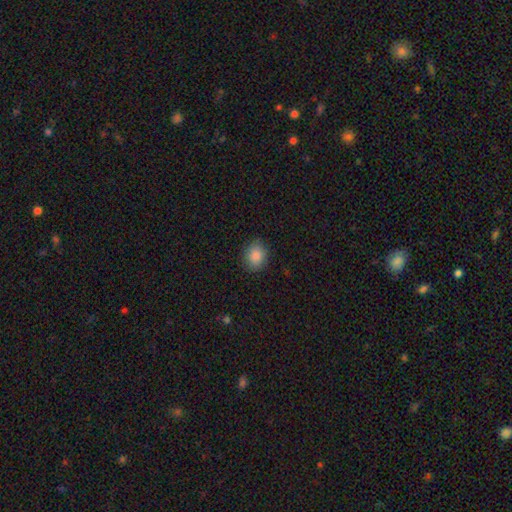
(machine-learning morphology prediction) Smooth or featured? Predicted: smooth (p=0.87). How rounded? Predicted: round (p=0.57). Merging? Predicted: none (p=0.88).